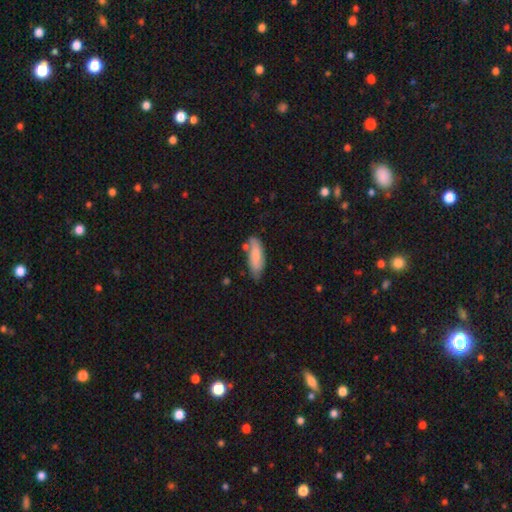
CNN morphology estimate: Smooth or featured? Predicted: smooth (p=0.76). How rounded? Predicted: in between (p=0.64). Merging? Predicted: none (p=0.61).